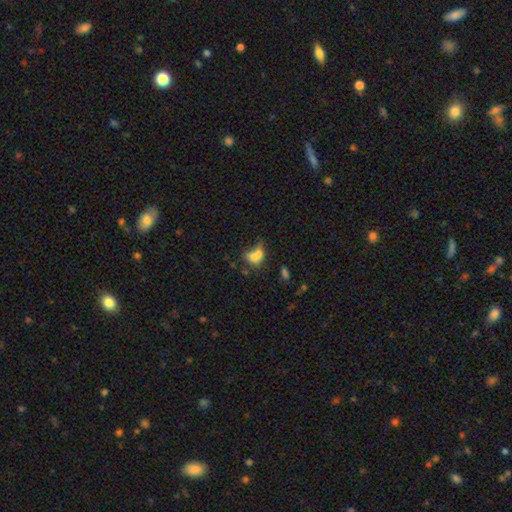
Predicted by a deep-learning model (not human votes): smooth 68%, featured or disk 19%, star or artifact 13%. Down the decision tree: how rounded — in between (64%); merging — merger (53%).